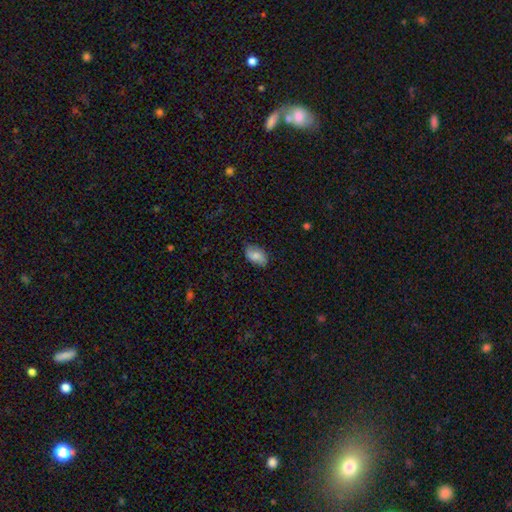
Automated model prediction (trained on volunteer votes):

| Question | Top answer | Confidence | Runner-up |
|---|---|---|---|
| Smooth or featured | smooth | 72% | featured or disk (20%) |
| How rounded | in between | 91% | round (7%) |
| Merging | none | 77% | minor disturbance (18%) |